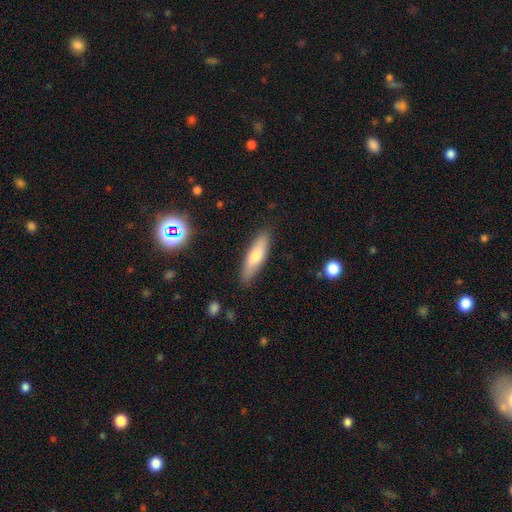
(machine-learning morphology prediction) This appears to be a smooth galaxy with no disk features (68%) that is cigar-shaped (64%). Merging: none (85%).